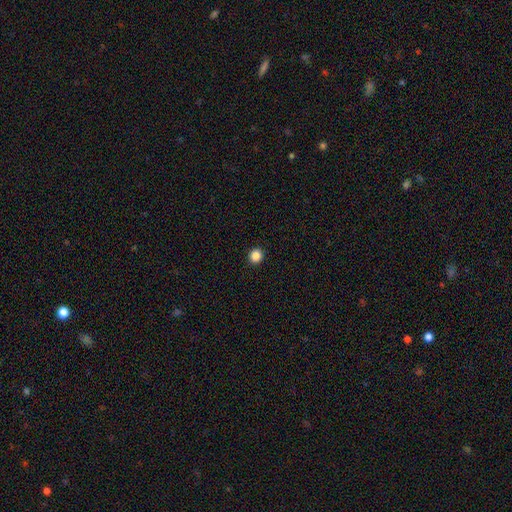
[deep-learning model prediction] The model was most divided on "smooth or featured": smooth: 86%, star or artifact: 11%, featured or disk: 3%. More confident: merging — none (93%); how rounded — round (88%).